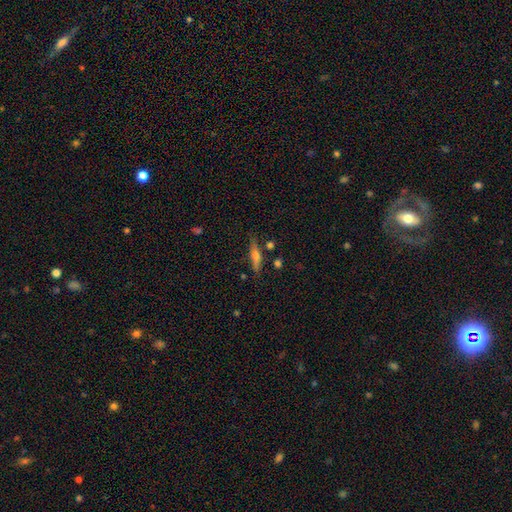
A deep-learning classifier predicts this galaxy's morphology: Smooth or featured? featured or disk (56%)
Edge-on disk? yes (93%)
Edge-on bulge? rounded (84%)
Merging? none (79%)